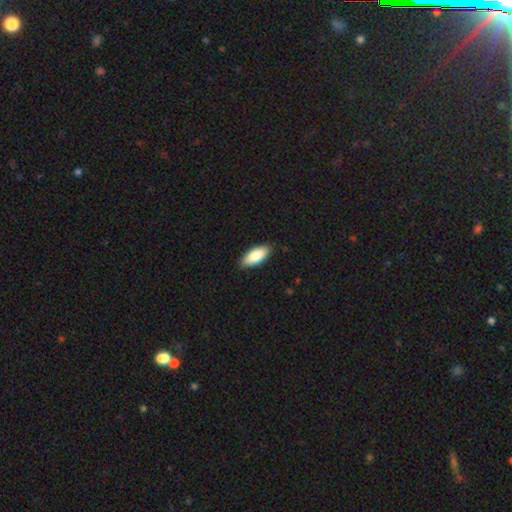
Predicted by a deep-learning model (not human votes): This appears to be a smooth galaxy with no disk features (85%) that is in between round and cigar-shaped (85%). Merging: none (86%).